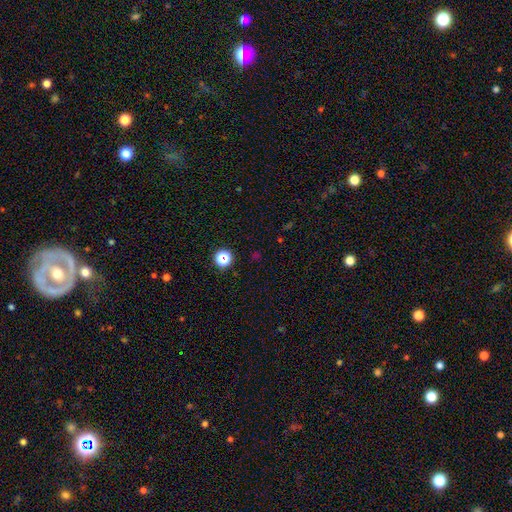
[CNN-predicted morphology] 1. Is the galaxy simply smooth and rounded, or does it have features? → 53% star or artifact, 40% smooth, 7% featured or disk.